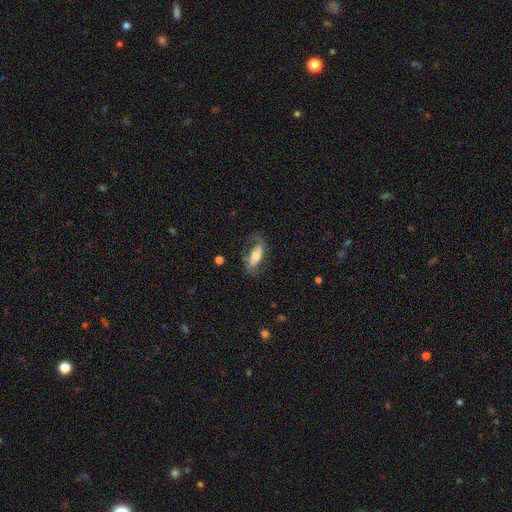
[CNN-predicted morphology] A featured or disk galaxy (47%, tied with smooth). Merging: none (57%).